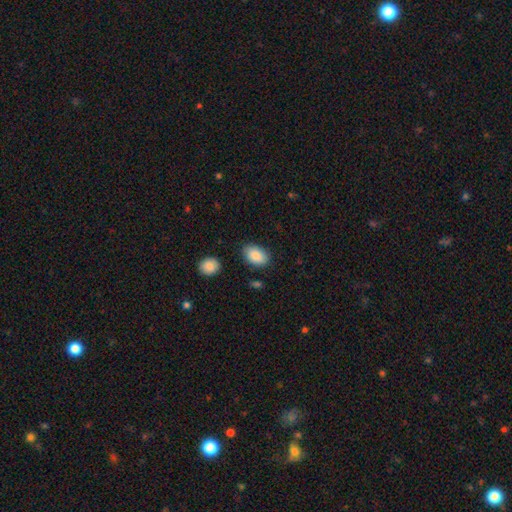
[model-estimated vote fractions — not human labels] Q: Smooth or featured?
A: smooth (89%); runner-up: star or artifact (7%)
Q: How rounded?
A: in between (89%); runner-up: round (10%)
Q: Merging?
A: none (83%); runner-up: minor disturbance (12%)